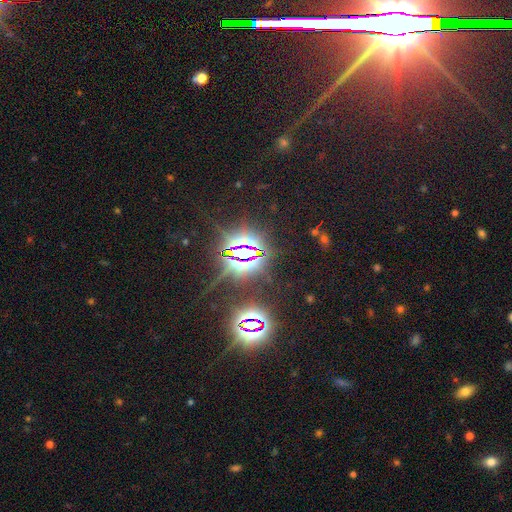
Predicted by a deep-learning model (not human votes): Q: Smooth or featured?
A: star or artifact (86%); runner-up: smooth (7%)